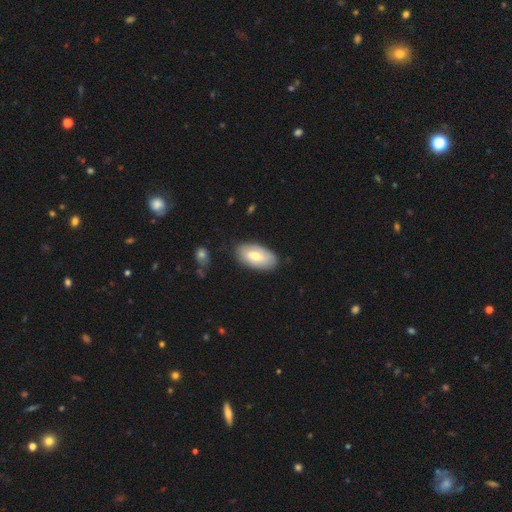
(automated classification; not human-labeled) Overall: smooth (65%; featured or disk 29%). How rounded: in between (94%). Merging: none (82%).